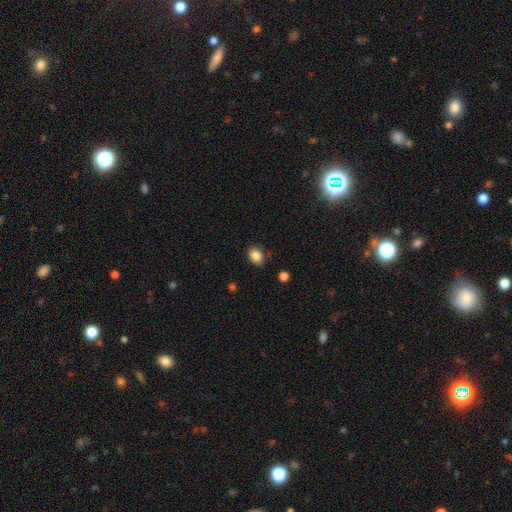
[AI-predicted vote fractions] Q: Smooth or featured?
A: smooth (86%); runner-up: star or artifact (9%)
Q: How rounded?
A: in between (67%); runner-up: round (32%)
Q: Merging?
A: none (84%); runner-up: minor disturbance (11%)